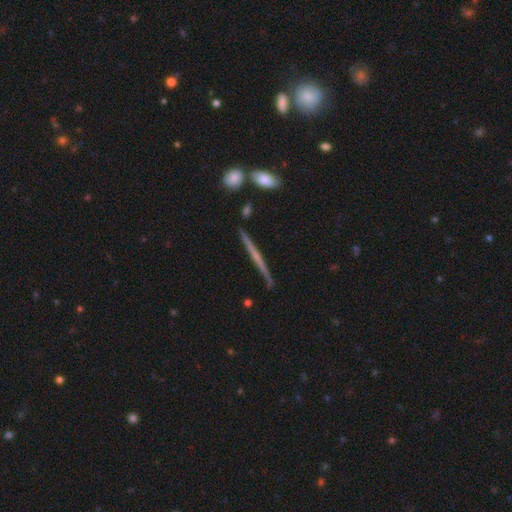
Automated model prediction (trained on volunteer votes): Smooth or featured?
  - featured or disk: 66% *
  - smooth: 27%
  - star or artifact: 6%
Edge-on disk?
  - yes: 98% *
  - no: 2%
Edge-on bulge?
  - none: 66% *
  - rounded: 26%
  - boxy: 8%
Merging?
  - none: 89% *
  - minor disturbance: 7%
  - merger: 2%
  - major disturbance: 2%